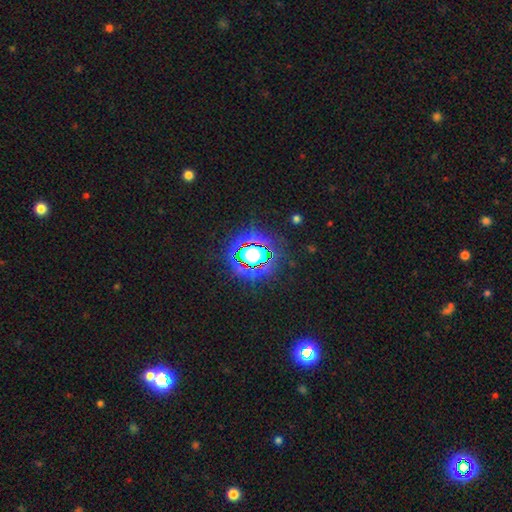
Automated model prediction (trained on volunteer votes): Q: Smooth or featured?
A: star or artifact (80%); runner-up: smooth (12%)